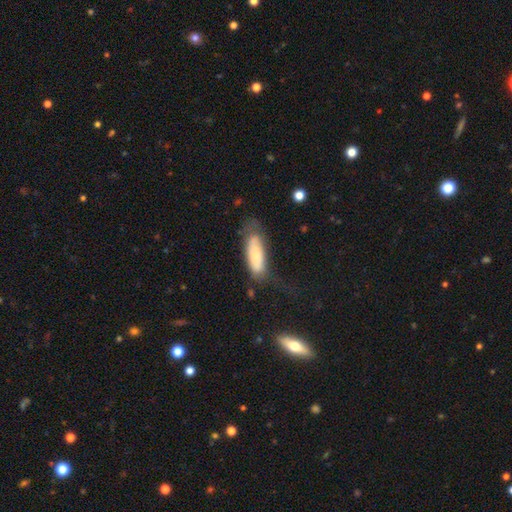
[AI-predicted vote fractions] A smooth galaxy with no disk features (64%) that is in between round and cigar-shaped (63%).

Vote fractions:
- Smooth or featured? smooth: 64% / featured or disk: 29% / star or artifact: 7%
- How rounded? in between: 63% / cigar-shaped: 35% / round: 2%
- Merging? none: 49% / minor disturbance: 28% / major disturbance: 19% / merger: 4%